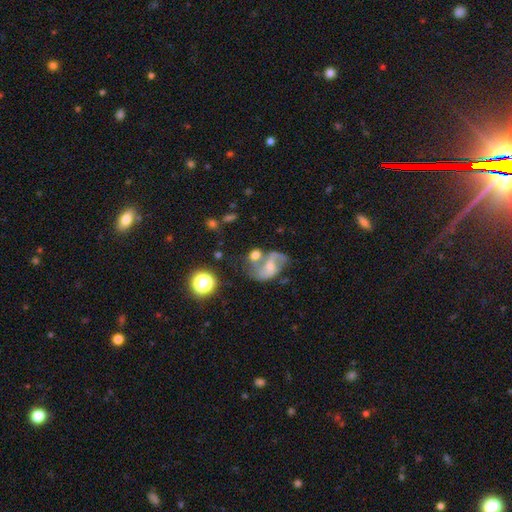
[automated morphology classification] smooth_or_featured: featured or disk (p=0.53) [alt: smooth p=0.34]
disk_edge_on: no (p=0.96) [alt: yes p=0.04]
bar: no (p=0.43) [alt: weak p=0.41]
has_spiral_arms: yes (p=0.78) [alt: no p=0.22]
bulge_size: moderate (p=0.41) [alt: small p=0.34]
merging: none (p=0.36) [alt: merger p=0.35]